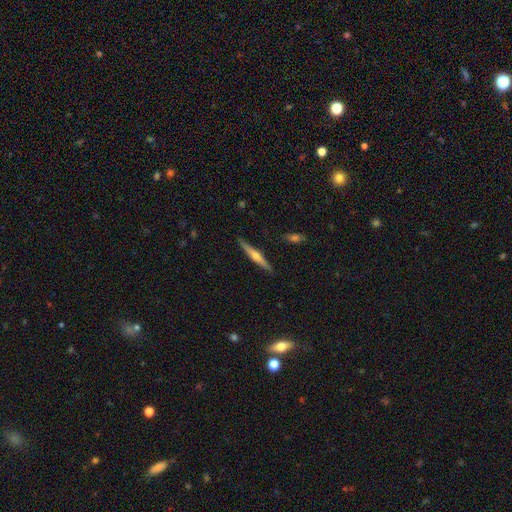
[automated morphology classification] type=featured or disk (66%); edge-on=yes (98%); edge-on bulge=rounded (89%); merging=none (89%).